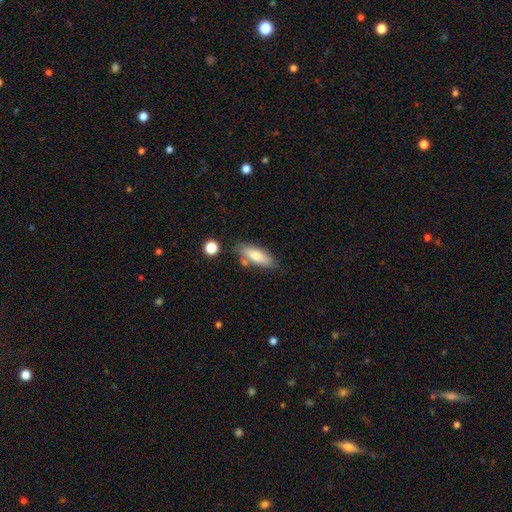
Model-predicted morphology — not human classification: smooth 76%, featured or disk 18%, star or artifact 7%. Down the decision tree: how rounded — in between (59%); merging — none (71%).